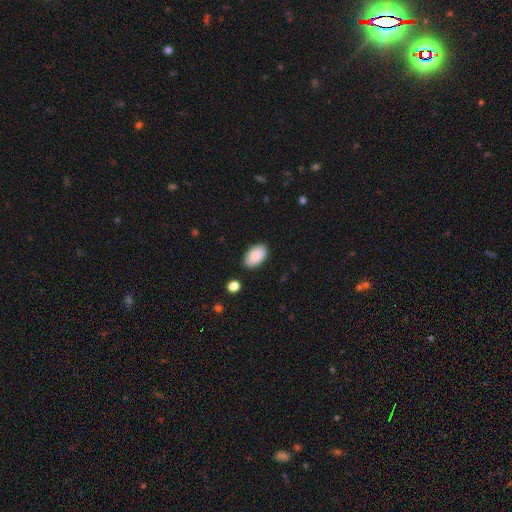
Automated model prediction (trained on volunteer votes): The model was most divided on "merging": none: 86%, minor disturbance: 10%, major disturbance: 2%, merger: 2%. More confident: how rounded — in between (95%); smooth or featured — smooth (90%).